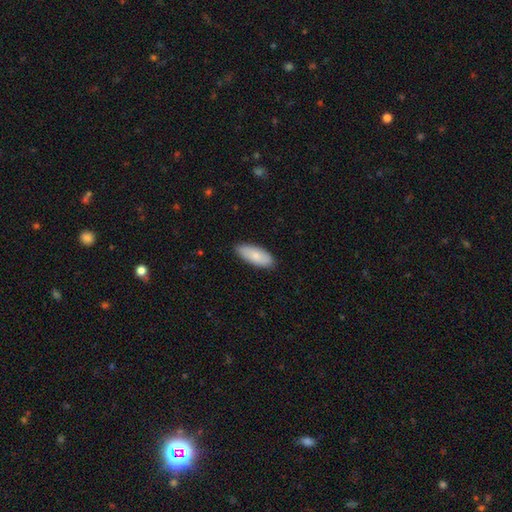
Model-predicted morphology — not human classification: smooth-or-featured: smooth: 81% | featured or disk: 14% | star or artifact: 6%
  how-rounded: in between: 81% | cigar-shaped: 17% | round: 2%
  merging: none: 87% | minor disturbance: 10% | major disturbance: 2% | merger: 1%